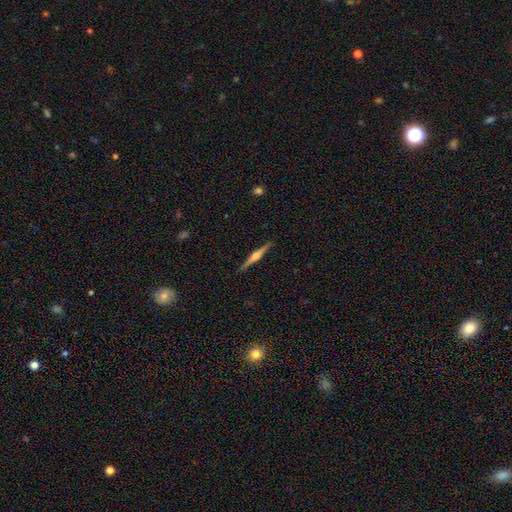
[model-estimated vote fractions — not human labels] Overall: featured or disk (76%). Edge-on disk: yes (98%). Edge-on bulge: rounded (83%). Merging: none (91%).